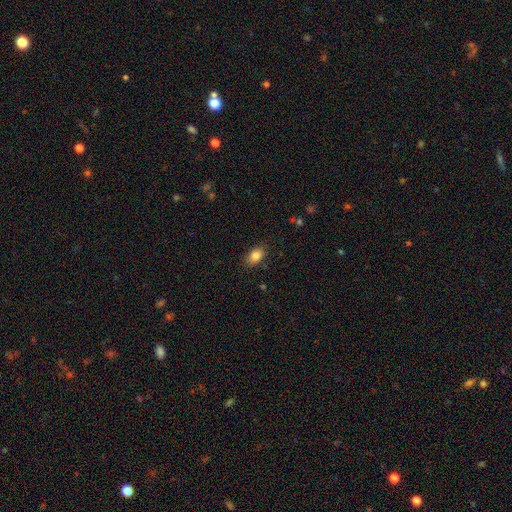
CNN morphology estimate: type=smooth (83%); roundness=in between (87%); merging=none (86%).